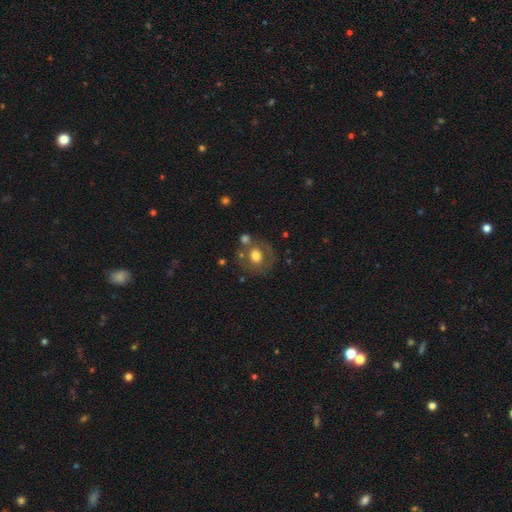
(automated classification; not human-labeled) A smooth galaxy with no disk features (57%) that is round (79%).

Vote fractions:
- Smooth or featured? smooth: 57% / featured or disk: 34% / star or artifact: 9%
- How rounded? round: 79% / in between: 20% / cigar-shaped: 1%
- Merging? none: 63% / minor disturbance: 15% / merger: 14% / major disturbance: 8%